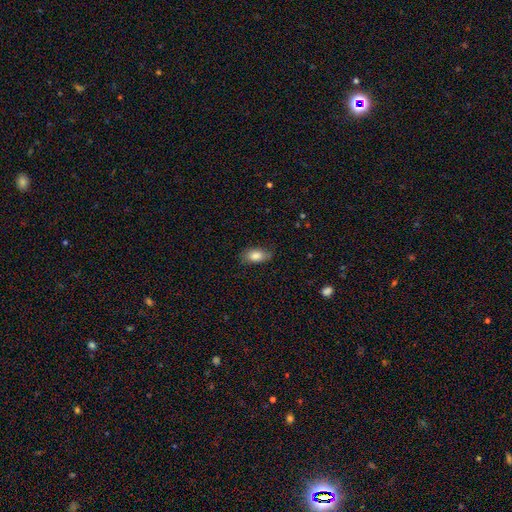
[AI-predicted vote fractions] This is clearly a smooth galaxy (83%). How rounded: clearly in between (91%). Merging: likely none (78%).